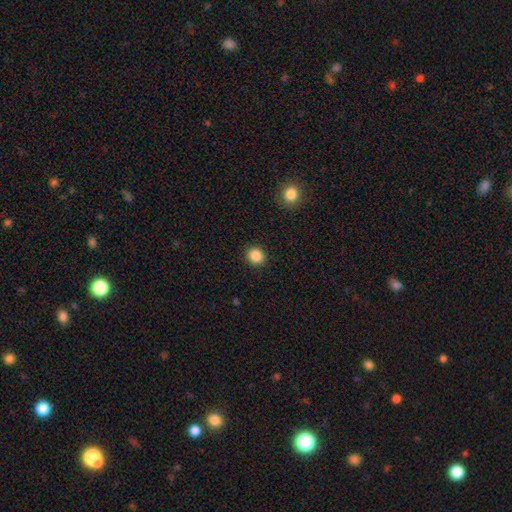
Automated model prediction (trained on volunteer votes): smooth-or-featured: smooth: 87% | star or artifact: 10% | featured or disk: 3%
  how-rounded: round: 82% | in between: 17% | cigar-shaped: 1%
  merging: none: 91% | minor disturbance: 6% | major disturbance: 2% | merger: 1%